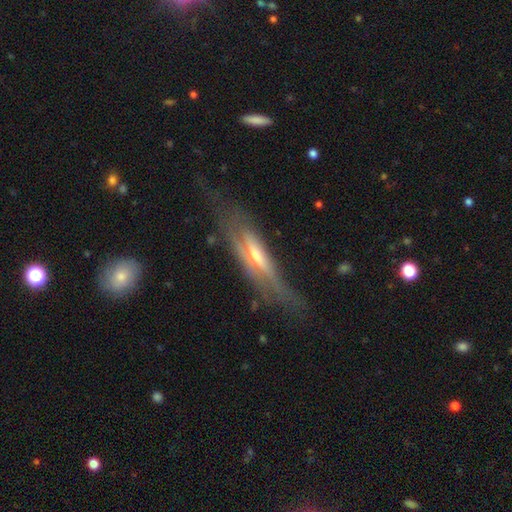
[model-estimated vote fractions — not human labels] Smooth or featured? featured or disk (70%)
Edge-on disk? yes (83%)
Edge-on bulge? rounded (56%)
Merging? none (57%)